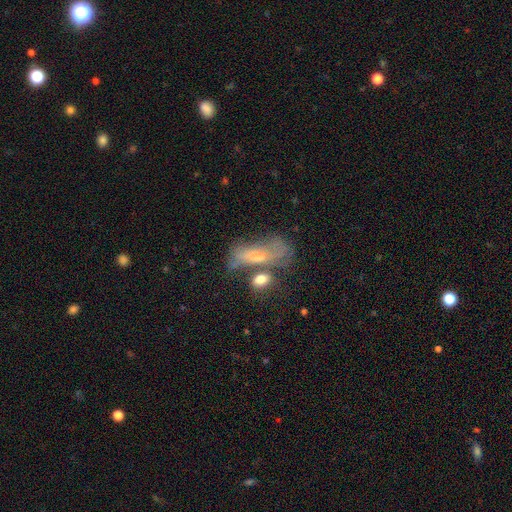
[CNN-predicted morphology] Smooth or featured? Predicted: smooth (p=0.44). Merging? Predicted: none (p=0.32).